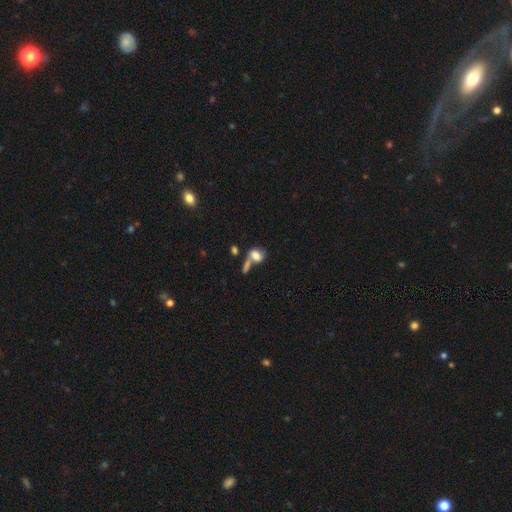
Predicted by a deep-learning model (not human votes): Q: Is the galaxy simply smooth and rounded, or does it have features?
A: smooth — 69%.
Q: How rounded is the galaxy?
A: in between — 69%.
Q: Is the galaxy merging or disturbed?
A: merger — 48%.